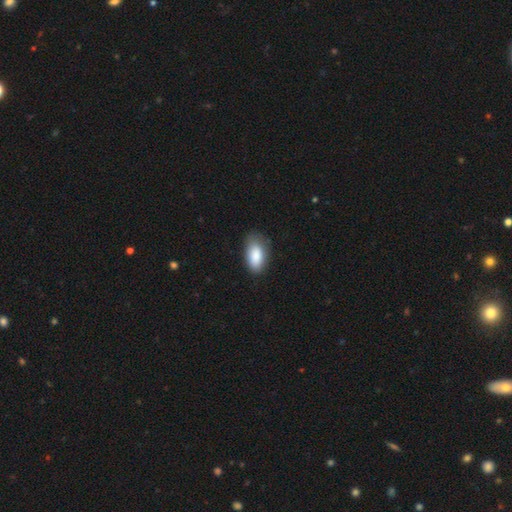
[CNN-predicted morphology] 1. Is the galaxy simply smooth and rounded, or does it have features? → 87% smooth, 7% star or artifact, 6% featured or disk.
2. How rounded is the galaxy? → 93% in between, 4% cigar-shaped, 3% round.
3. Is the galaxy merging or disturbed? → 72% none, 22% minor disturbance, 5% major disturbance, 1% merger.